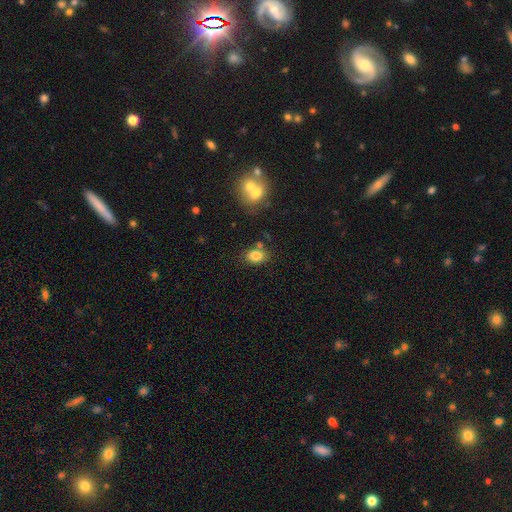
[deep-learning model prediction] Smooth or featured? smooth (82%)
How rounded? in between (70%)
Merging? none (70%)